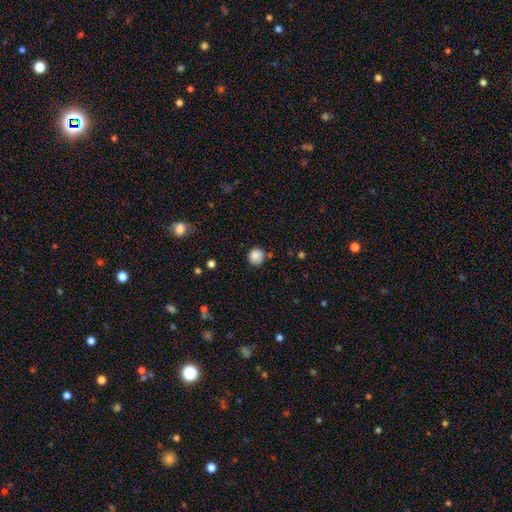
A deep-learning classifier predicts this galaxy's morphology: Overall: smooth (86%). How rounded: round (91%). Merging: none (77%).